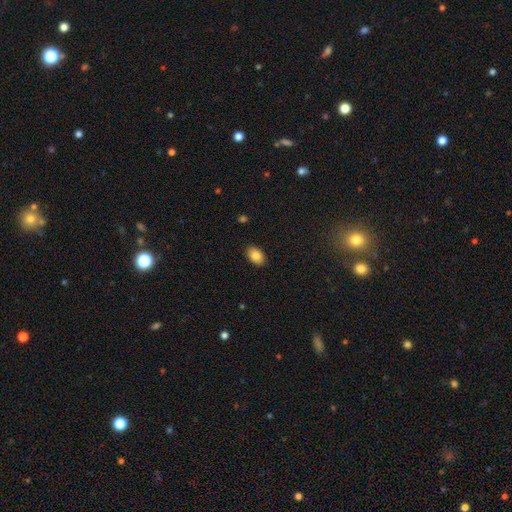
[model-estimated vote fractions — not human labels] The model was most divided on "smooth or featured": smooth: 85%, star or artifact: 8%, featured or disk: 8%. More confident: how rounded — in between (89%); merging — none (89%).